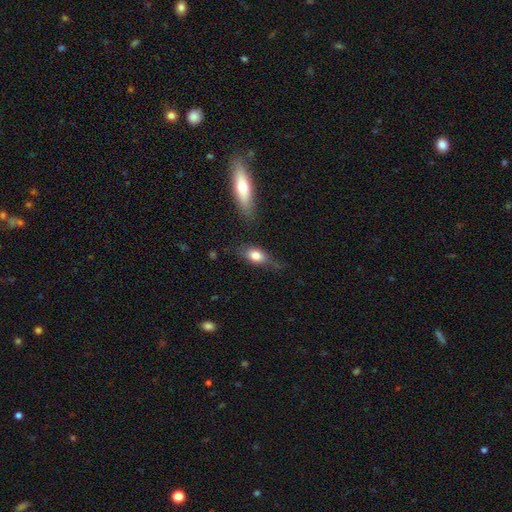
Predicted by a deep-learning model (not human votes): Overall: smooth (76%). How rounded: in between (80%). Merging: none (58%; minor disturbance 27%).